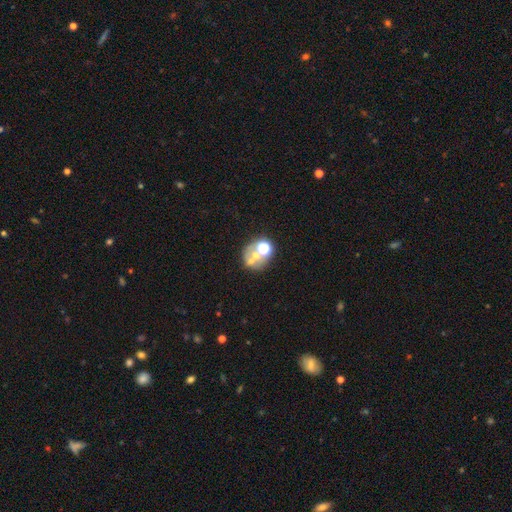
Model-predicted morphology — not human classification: This appears to be a smooth galaxy with no disk features (41%). Merging: none (41%).